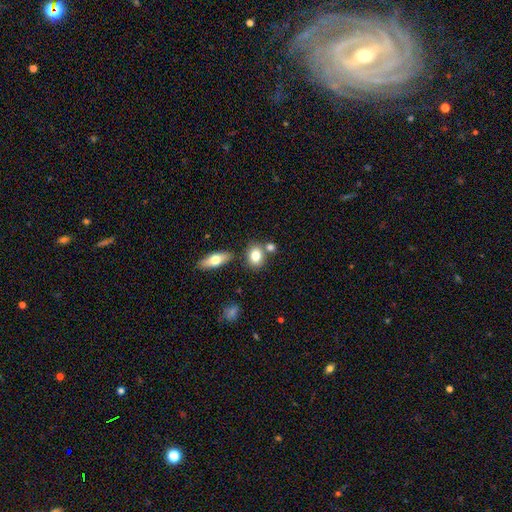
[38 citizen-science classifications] A smooth galaxy with no disk features (92%) that is in between round and cigar-shaped (80%).

Vote fractions:
- Smooth or featured? smooth: 92% / featured or disk: 5% / star or artifact: 3%
- How rounded? in between: 80% / round: 14% / cigar-shaped: 6%
- Merging? none: 62% / merger: 27% / minor disturbance: 11% / major disturbance: 0%